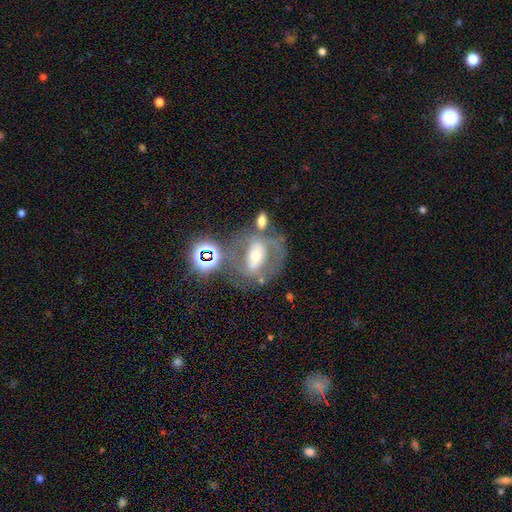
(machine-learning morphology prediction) smooth-or-featured: featured or disk: 61% | smooth: 24% | star or artifact: 15%
  disk-edge-on: no: 93% | yes: 7%
    bar: no: 37% | strong: 35% | weak: 29%
    has-spiral-arms: no: 55% | yes: 45%
    bulge-size: moderate: 60% | small: 28% | large: 9% | dominant: 2% | none: 2%
  merging: none: 50% | major disturbance: 18% | minor disturbance: 16% | merger: 16%